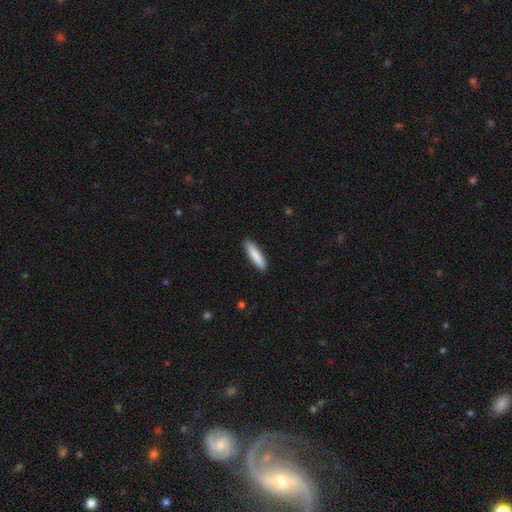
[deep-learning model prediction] A smooth galaxy with no disk features (86%) that is cigar-shaped (76%).

Vote fractions:
- Smooth or featured? smooth: 86% / featured or disk: 9% / star or artifact: 5%
- How rounded? cigar-shaped: 76% / in between: 23% / round: 1%
- Merging? none: 90% / minor disturbance: 8% / major disturbance: 1% / merger: 1%